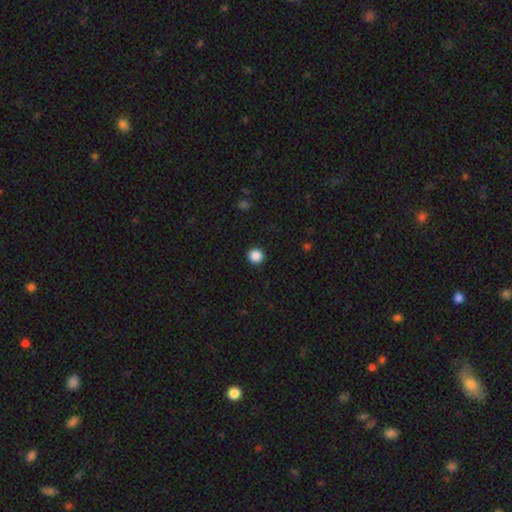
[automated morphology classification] Smooth or featured? Predicted: smooth (p=0.88). How rounded? Predicted: round (p=0.93). Merging? Predicted: none (p=0.93).